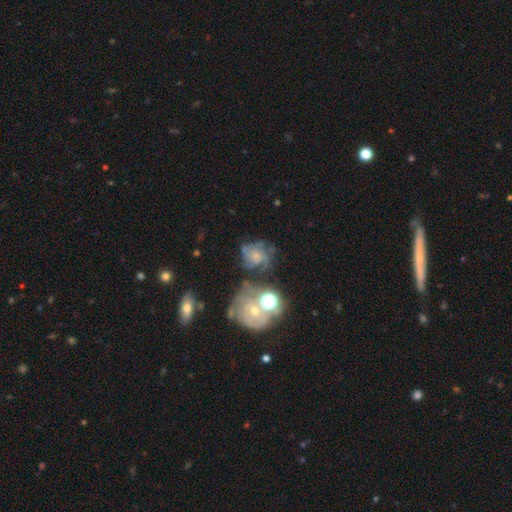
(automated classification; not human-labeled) This appears to be a featured or disk galaxy (65%) with no bar (73%), 3 (33%) medium (42%, tied with tight) spiral arms (87%) and a small central bulge (48%). Merging: none (48%).